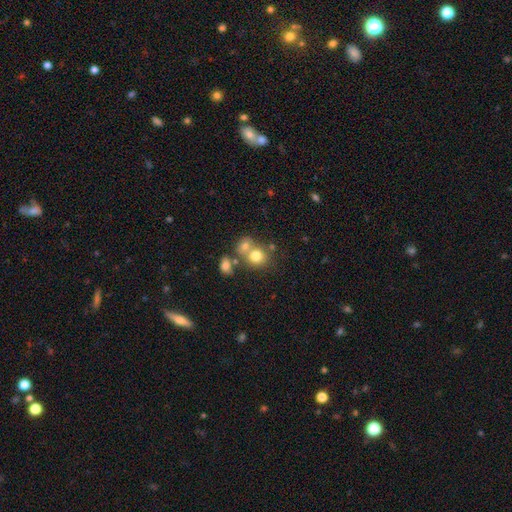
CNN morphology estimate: Q: Smooth or featured?
A: smooth (75%); runner-up: featured or disk (13%)
Q: How rounded?
A: round (76%); runner-up: in between (23%)
Q: Merging?
A: none (45%); runner-up: merger (42%)